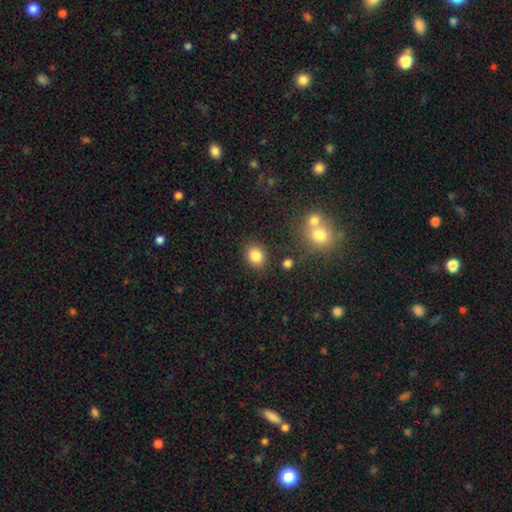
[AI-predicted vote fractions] Smooth or featured? smooth (84%)
How rounded? round (68%)
Merging? none (83%)